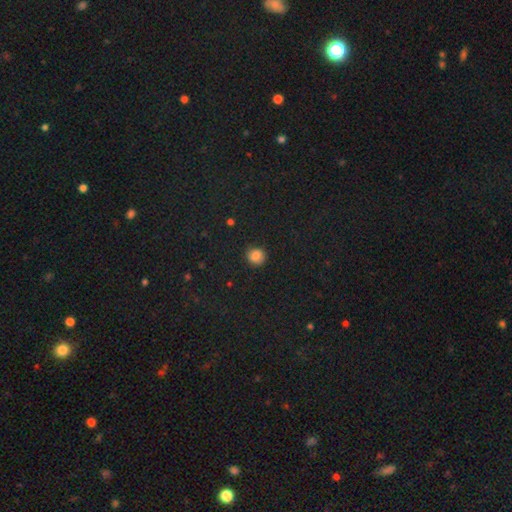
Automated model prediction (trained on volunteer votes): Morphology: type=smooth (85%); roundness=round (88%); merging=none (89%).